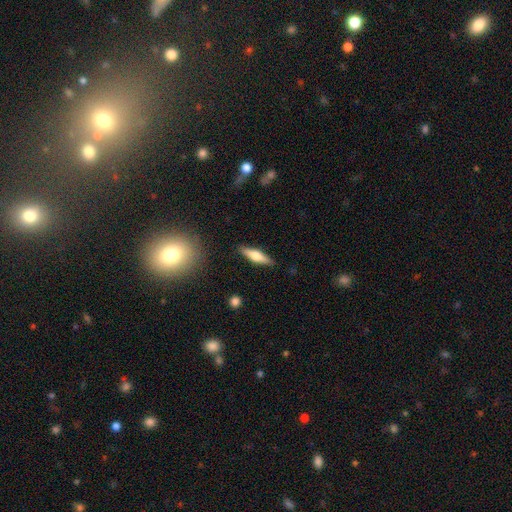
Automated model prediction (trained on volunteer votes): smooth_or_featured: smooth (p=0.49) [alt: featured or disk p=0.44]
merging: none (p=0.88) [alt: minor disturbance p=0.08]